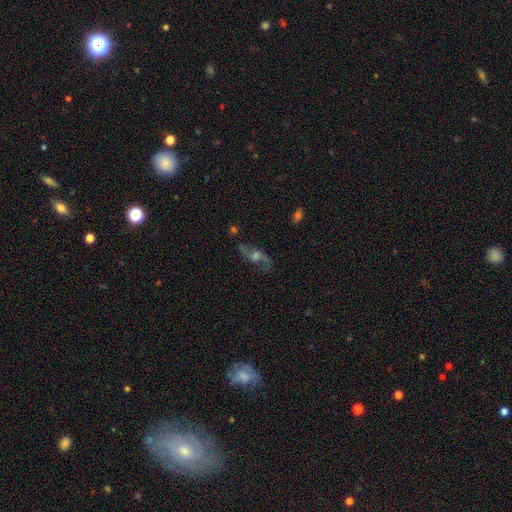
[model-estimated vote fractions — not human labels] A featured or disk galaxy (81%) with no bar (56%), 2 (92%) loose (71%) spiral arms (93%) and a moderate central bulge (57%).

Vote fractions:
- Smooth or featured? featured or disk: 81% / smooth: 10% / star or artifact: 9%
- Edge-on disk? no: 89% / yes: 11%
- Bar? no: 56% / weak: 34% / strong: 10%
- Spiral arms? yes: 93% / no: 7%
- Spiral winding? loose: 71% / medium: 24% / tight: 5%
- Spiral arm count? 2: 92% / can't tell: 3% / 1: 2% / 3: 1% / 4: 1% / more than 4: 1%
- Bulge size? moderate: 57% / small: 23% / large: 14% / none: 5% / dominant: 2%
- Merging? none: 75% / minor disturbance: 14% / major disturbance: 8% / merger: 2%